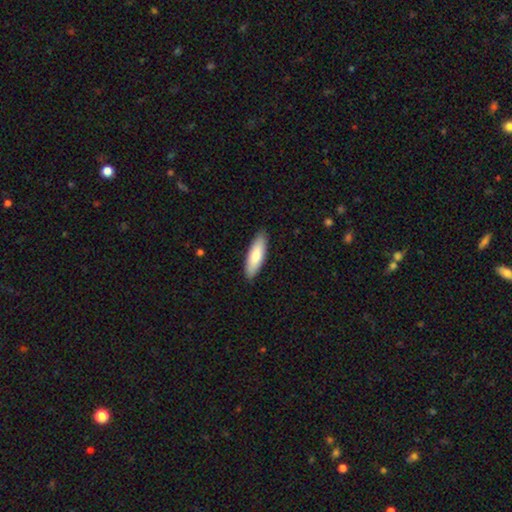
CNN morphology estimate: Smooth or featured: smooth — 77% (featured or disk — 18%)
How rounded: in between — 51% (cigar-shaped — 47%)
Merging: none — 89% (minor disturbance — 9%)